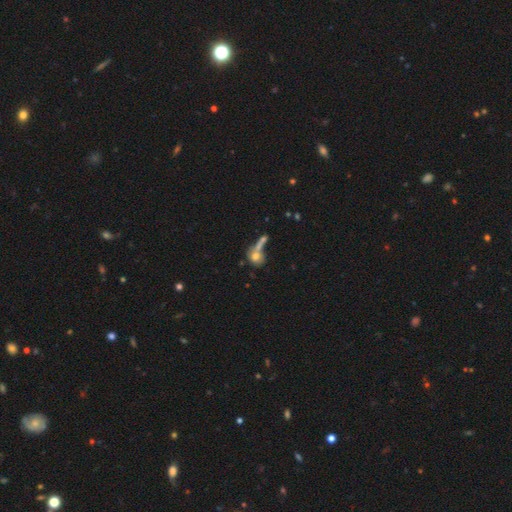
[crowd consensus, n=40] Smooth or featured? 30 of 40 (75%) said smooth. How rounded? 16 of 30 (53%) said in between. Merging? 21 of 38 (55%) said merger.